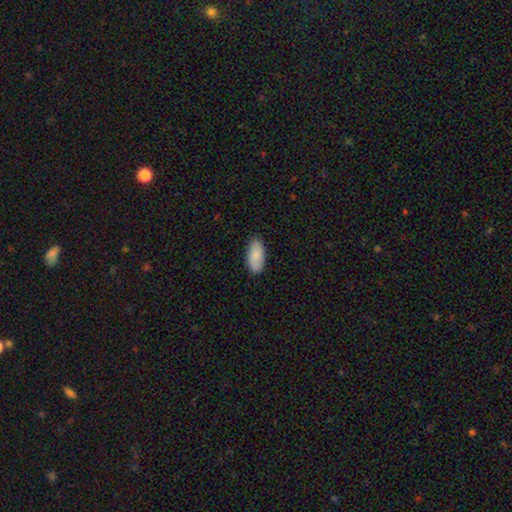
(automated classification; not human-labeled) smooth 87%, featured or disk 7%, star or artifact 6%. Down the decision tree: how rounded — in between (91%); merging — none (85%).